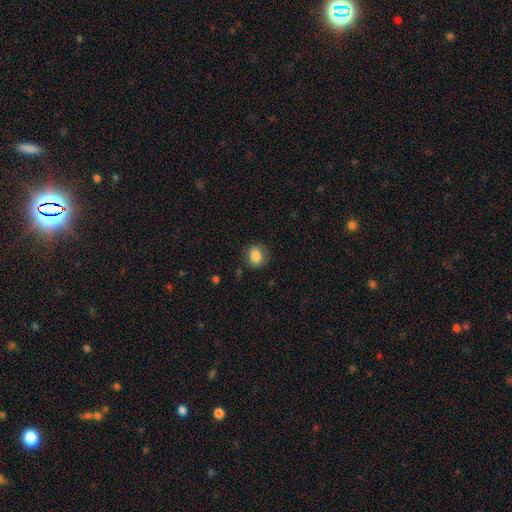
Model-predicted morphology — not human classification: A smooth galaxy with no disk features (82%) that is round (68%). Merging: none (78%).